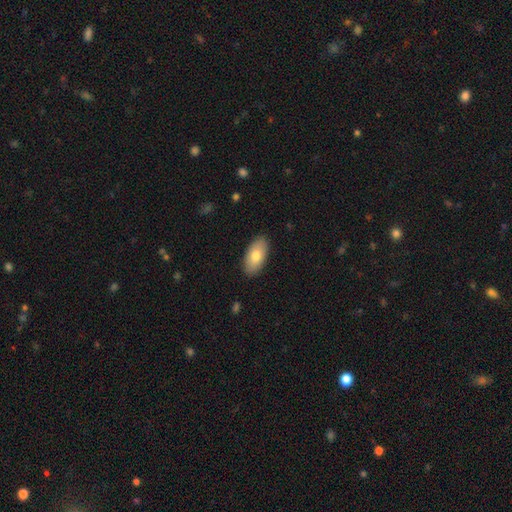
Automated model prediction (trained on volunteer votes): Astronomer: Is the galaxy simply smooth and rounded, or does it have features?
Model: smooth — 79%.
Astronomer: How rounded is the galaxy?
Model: in between — 94%.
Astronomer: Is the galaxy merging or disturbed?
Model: none — 88%.